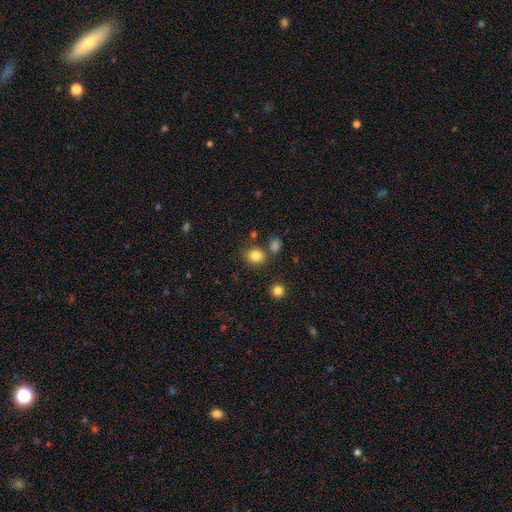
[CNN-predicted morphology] Smooth or featured? Predicted: smooth (p=0.82). How rounded? Predicted: round (p=0.68). Merging? Predicted: none (p=0.74).